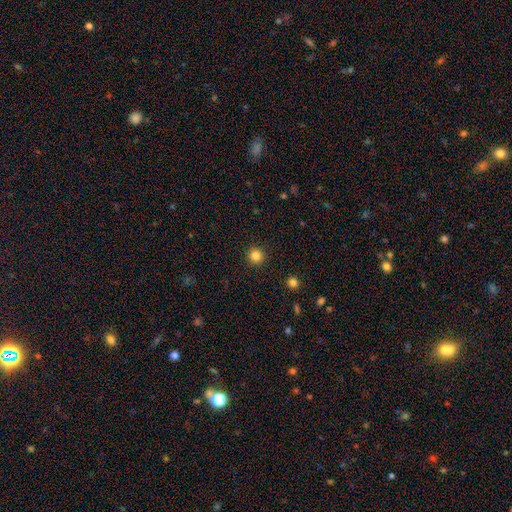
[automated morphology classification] type=smooth (84%); roundness=round (95%); merging=none (93%).